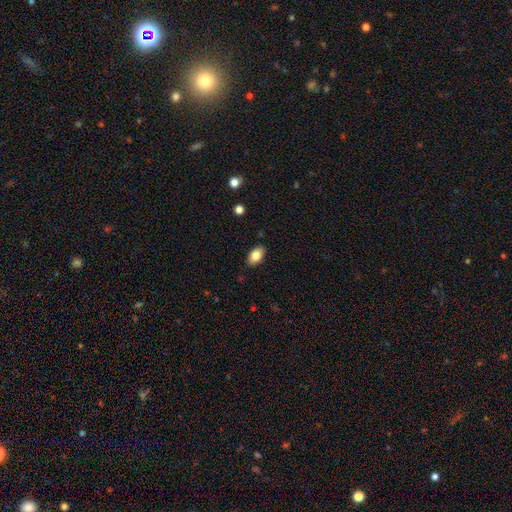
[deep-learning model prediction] Smooth or featured? smooth (83%)
How rounded? in between (91%)
Merging? none (87%)